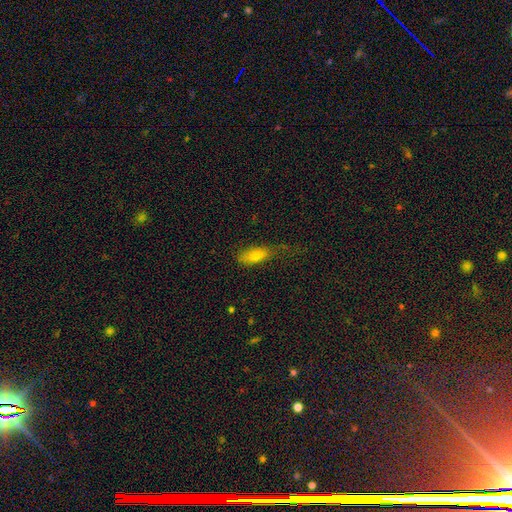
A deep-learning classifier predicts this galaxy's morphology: Smooth or featured: smooth — 75% (featured or disk — 16%)
How rounded: in between — 74% (cigar-shaped — 22%)
Merging: none — 44% (minor disturbance — 30%)